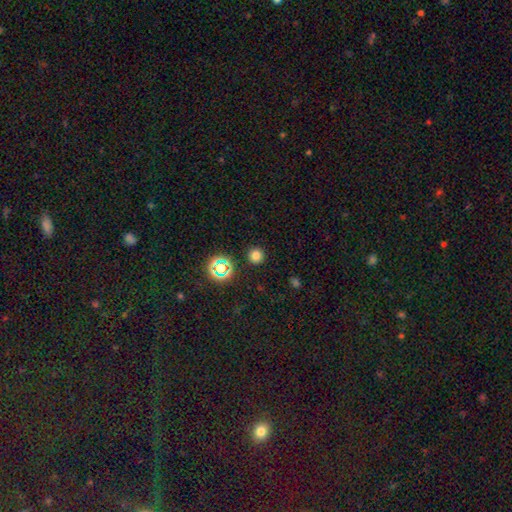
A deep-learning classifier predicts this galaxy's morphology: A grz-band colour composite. It shows a smooth galaxy with no disk features (75%) that is round (94%). Merging: none (91%).